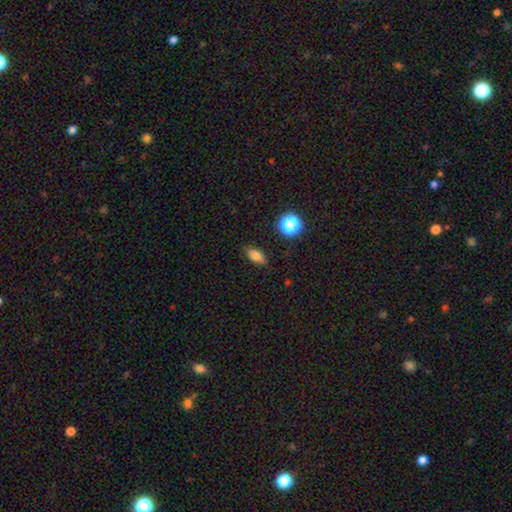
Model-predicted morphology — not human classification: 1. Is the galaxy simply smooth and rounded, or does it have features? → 79% smooth, 12% star or artifact, 9% featured or disk.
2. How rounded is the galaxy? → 82% in between, 10% round, 8% cigar-shaped.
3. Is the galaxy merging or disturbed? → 85% none, 11% minor disturbance, 2% major disturbance, 1% merger.